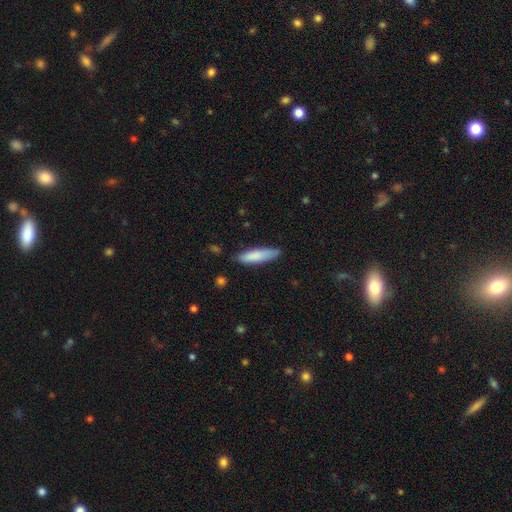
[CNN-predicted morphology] A smooth galaxy with no disk features (83%) that is cigar-shaped (71%).

Vote fractions:
- Smooth or featured? smooth: 83% / featured or disk: 11% / star or artifact: 6%
- How rounded? cigar-shaped: 71% / in between: 27% / round: 1%
- Merging? none: 77% / minor disturbance: 18% / major disturbance: 3% / merger: 2%